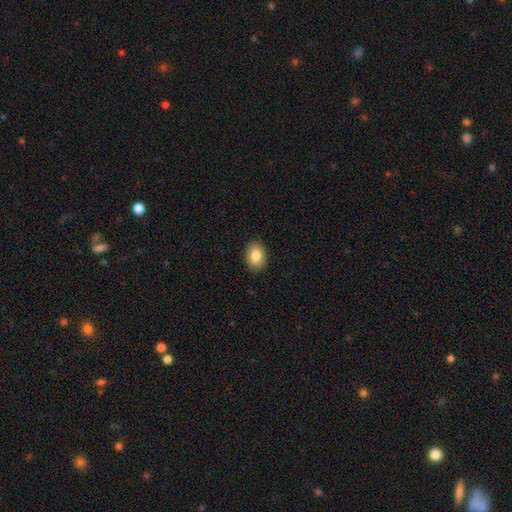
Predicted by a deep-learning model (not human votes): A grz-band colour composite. It shows a smooth galaxy with no disk features (84%) that is in between round and cigar-shaped (78%). Merging: none (90%).